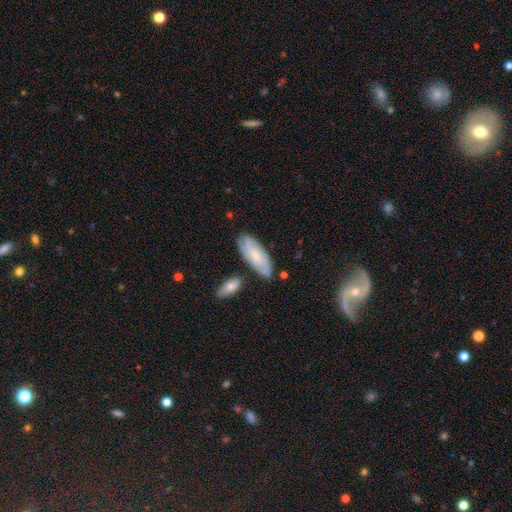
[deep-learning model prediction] A featured or disk galaxy (48%). Merging: none (73%).